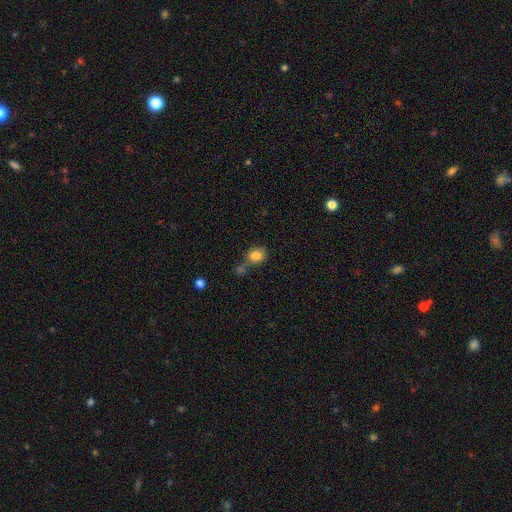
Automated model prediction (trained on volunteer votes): A smooth galaxy with no disk features (83%) that is round (53%). Merging: none (54%).